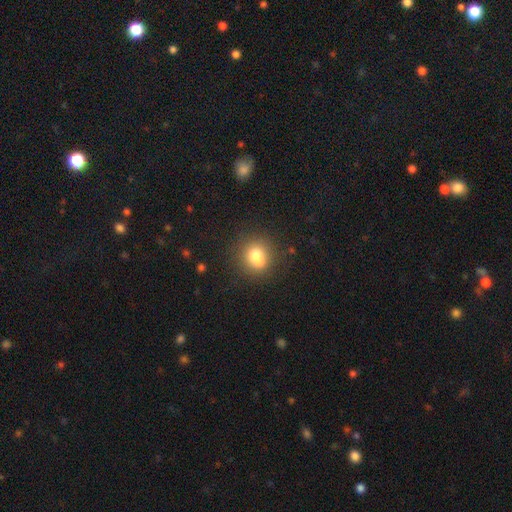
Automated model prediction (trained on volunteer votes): smooth 69%, featured or disk 18%, star or artifact 12%. Down the decision tree: how rounded — round (77%); merging — none (45%).